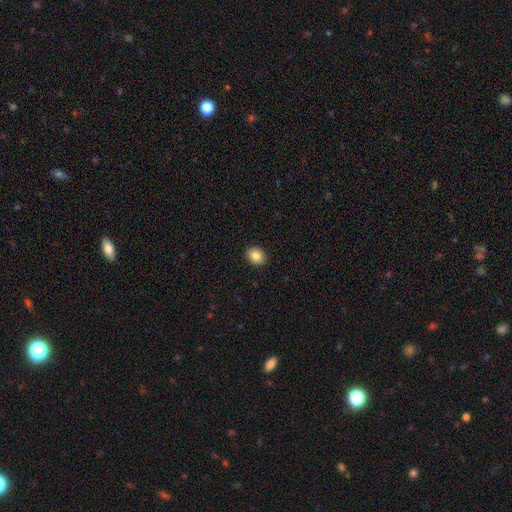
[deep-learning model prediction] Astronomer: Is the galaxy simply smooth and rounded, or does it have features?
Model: smooth — 83%.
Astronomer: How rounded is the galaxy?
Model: in between — 53% (runner-up: round, 46%).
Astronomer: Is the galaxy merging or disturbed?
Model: none — 91%.